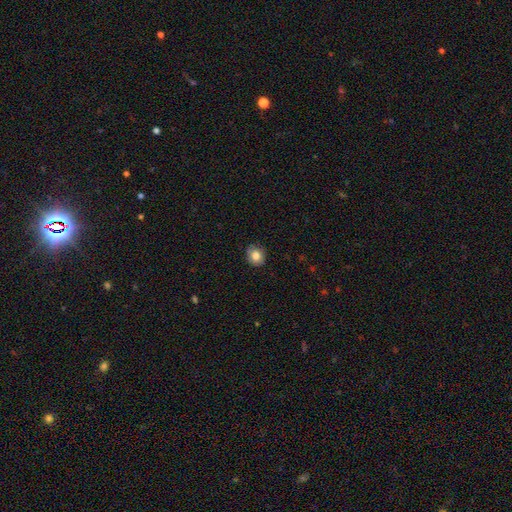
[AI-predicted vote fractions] Smooth or featured? smooth (80%)
How rounded? round (75%)
Merging? none (84%)